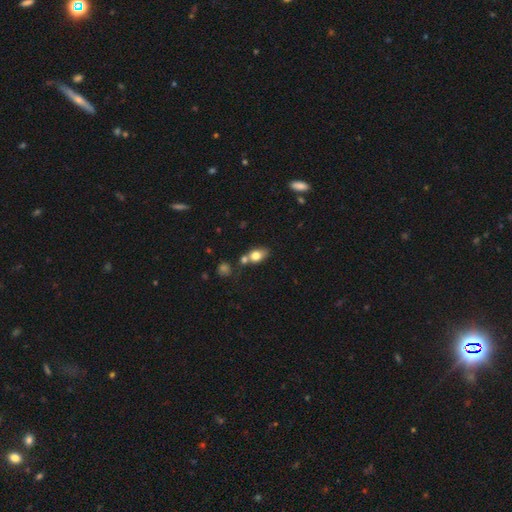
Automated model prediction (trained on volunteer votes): This appears to be a smooth galaxy with no disk features (75%) that is in between round and cigar-shaped (74%). Merging: none (49%).